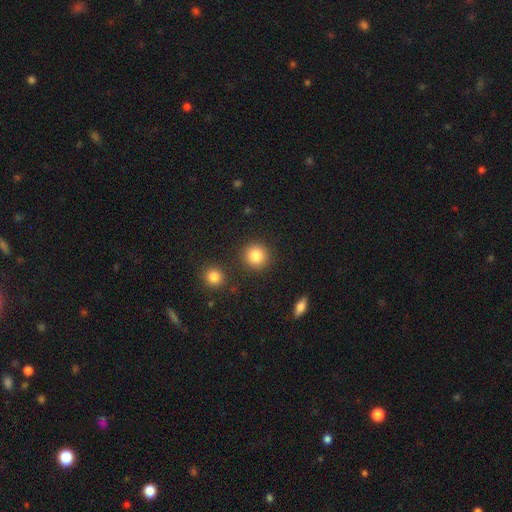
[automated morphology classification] The model was most divided on "smooth or featured": smooth: 85%, star or artifact: 9%, featured or disk: 6%. More confident: how rounded — round (92%); merging — none (88%).